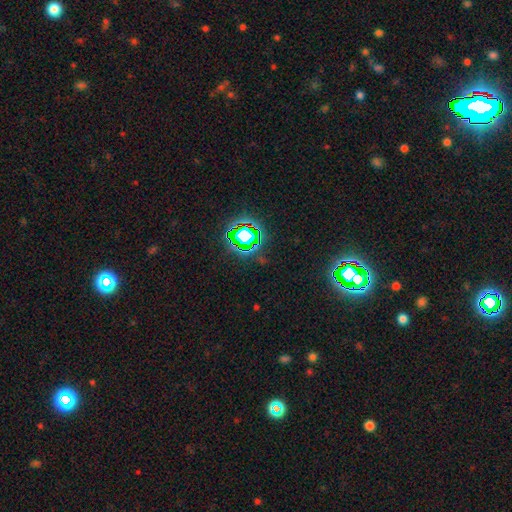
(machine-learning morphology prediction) smooth_or_featured: star or artifact (p=0.79) [alt: smooth p=0.13]